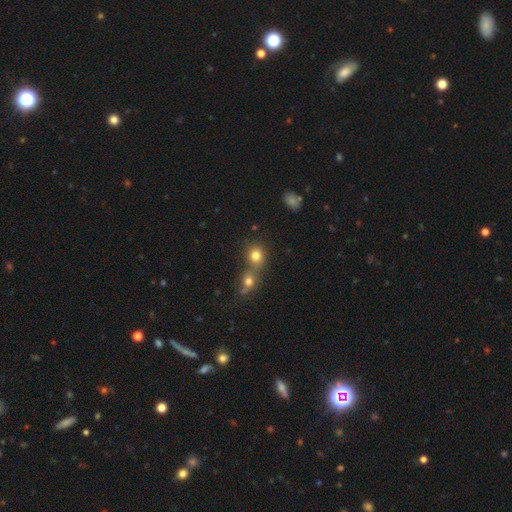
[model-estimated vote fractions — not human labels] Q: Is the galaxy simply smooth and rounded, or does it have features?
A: smooth — 79%.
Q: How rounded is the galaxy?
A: round — 82%.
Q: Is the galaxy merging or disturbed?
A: none — 46%.